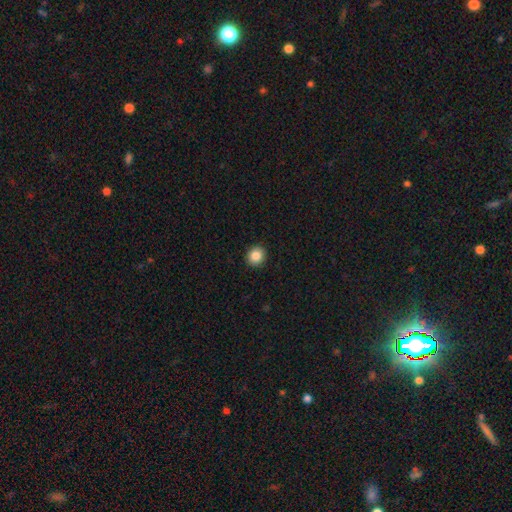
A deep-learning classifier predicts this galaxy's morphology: type=smooth (86%); roundness=round (85%); merging=none (93%).